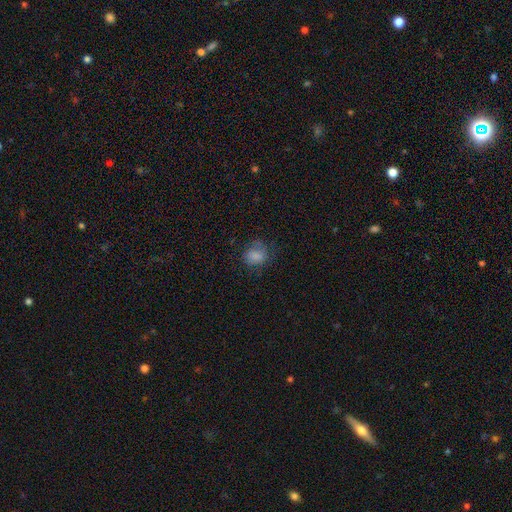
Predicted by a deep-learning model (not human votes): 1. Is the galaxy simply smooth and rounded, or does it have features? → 79% smooth, 11% featured or disk, 11% star or artifact.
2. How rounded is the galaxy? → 58% round, 41% in between, 1% cigar-shaped.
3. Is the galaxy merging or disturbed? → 63% none, 23% minor disturbance, 13% major disturbance, 1% merger.